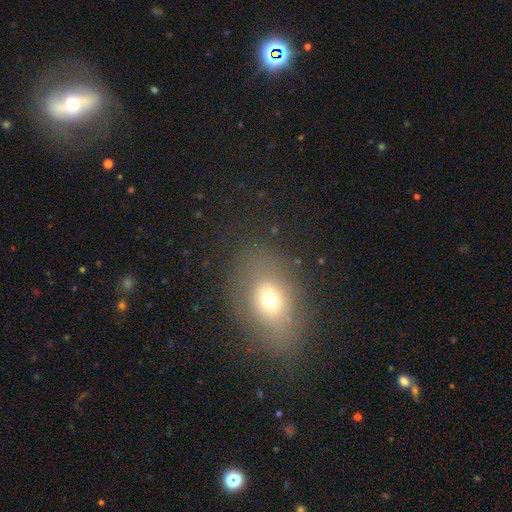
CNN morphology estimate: This is likely a smooth galaxy (63%). How rounded: likely in between (76%). Merging: likely none (79%).